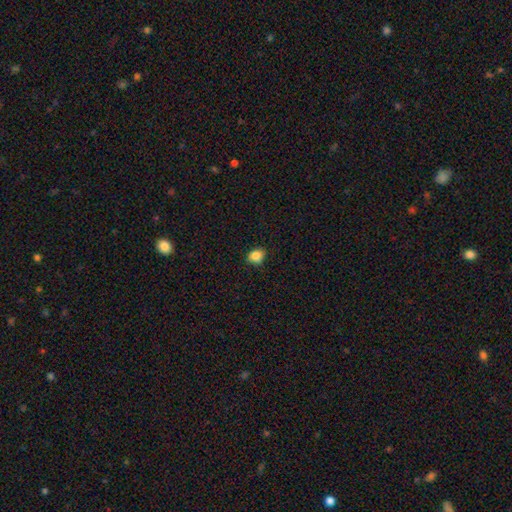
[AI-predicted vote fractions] A smooth galaxy with no disk features (85%) that is round (63%). Merging: none (85%).